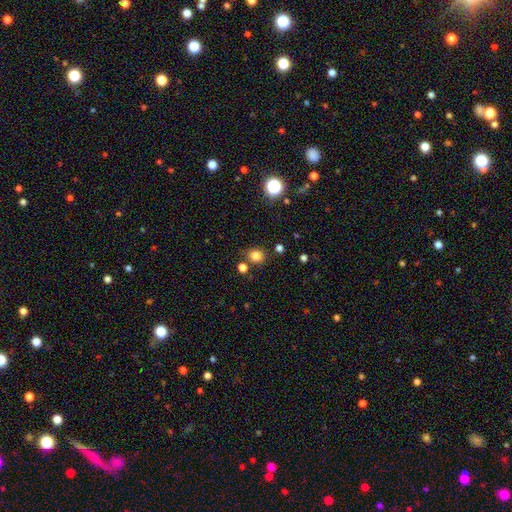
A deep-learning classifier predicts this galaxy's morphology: Overall: smooth (81%). How rounded: round (83%). Merging: none (80%).